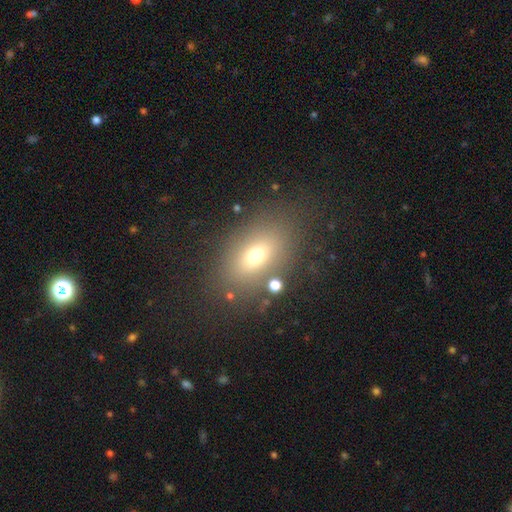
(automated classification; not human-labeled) smooth_or_featured: smooth (p=0.68) [alt: featured or disk p=0.17]
how_rounded: in between (p=0.81) [alt: round p=0.15]
merging: none (p=0.79) [alt: minor disturbance p=0.11]